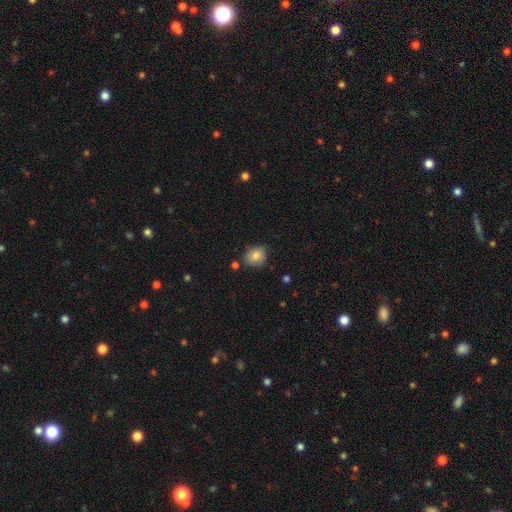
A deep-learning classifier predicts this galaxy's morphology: The model was most divided on "how rounded": round: 73%, in between: 26%, cigar-shaped: 1%. More confident: smooth or featured — smooth (80%); merging — none (72%).